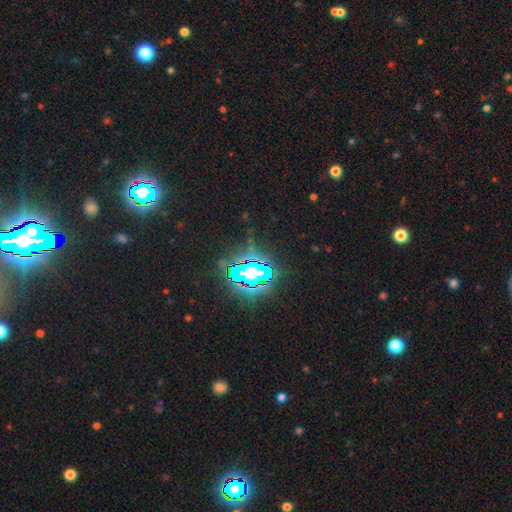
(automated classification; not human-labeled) Smooth or featured? star or artifact (74%)